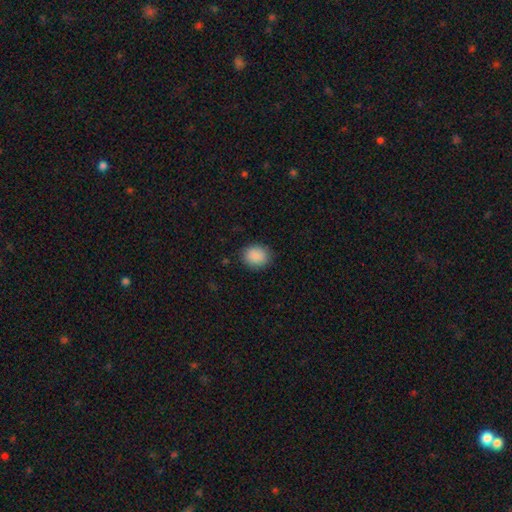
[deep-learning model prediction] Overall: smooth (89%). How rounded: round (61%; in between 38%). Merging: none (87%).